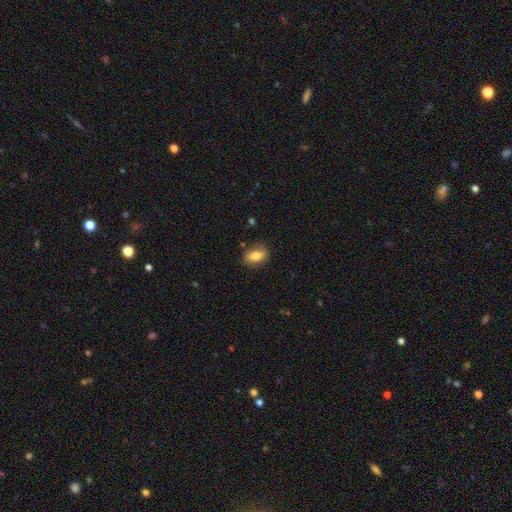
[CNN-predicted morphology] smooth 76%, featured or disk 16%, star or artifact 8%. Down the decision tree: how rounded — in between (84%); merging — none (82%).